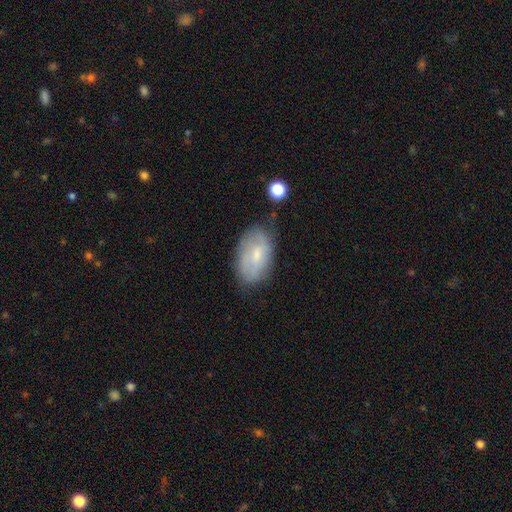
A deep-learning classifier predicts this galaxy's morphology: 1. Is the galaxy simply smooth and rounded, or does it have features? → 59% smooth, 34% featured or disk, 8% star or artifact.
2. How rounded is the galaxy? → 93% in between, 5% round, 2% cigar-shaped.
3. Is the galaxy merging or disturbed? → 65% none, 25% minor disturbance, 7% major disturbance, 3% merger.